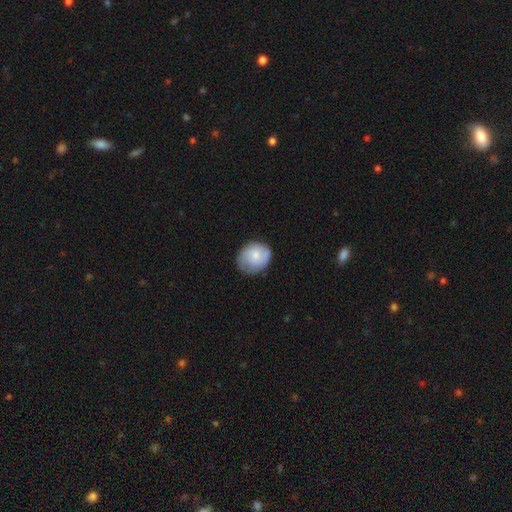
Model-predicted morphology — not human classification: A smooth galaxy with no disk features (69%) that is round (59%). Merging: none (71%).